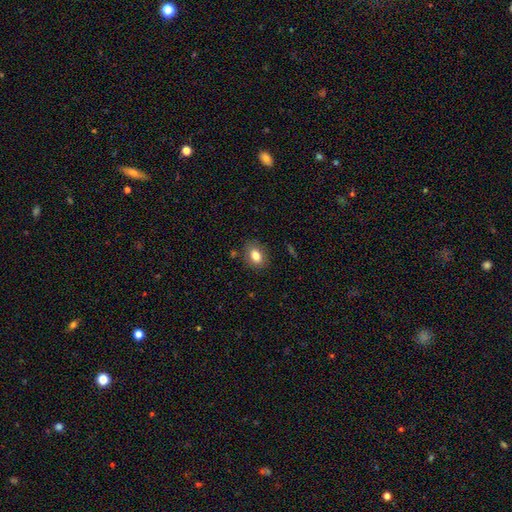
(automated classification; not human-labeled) Overall: smooth (81%). How rounded: in between (74%). Merging: none (83%).